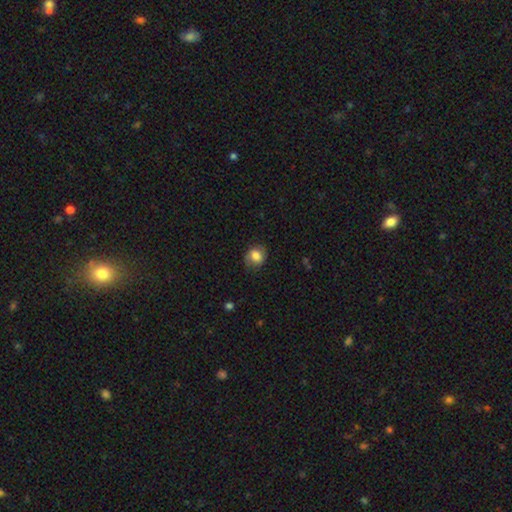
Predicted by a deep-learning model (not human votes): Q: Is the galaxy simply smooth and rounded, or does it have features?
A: smooth — 76%.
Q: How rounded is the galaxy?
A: round — 63%.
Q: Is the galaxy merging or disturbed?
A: none — 72%.